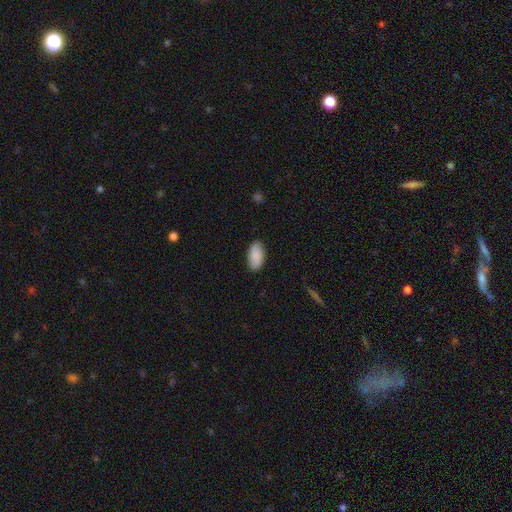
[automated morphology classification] Smooth or featured? Predicted: smooth (p=0.90). How rounded? Predicted: in between (p=0.95). Merging? Predicted: none (p=0.87).